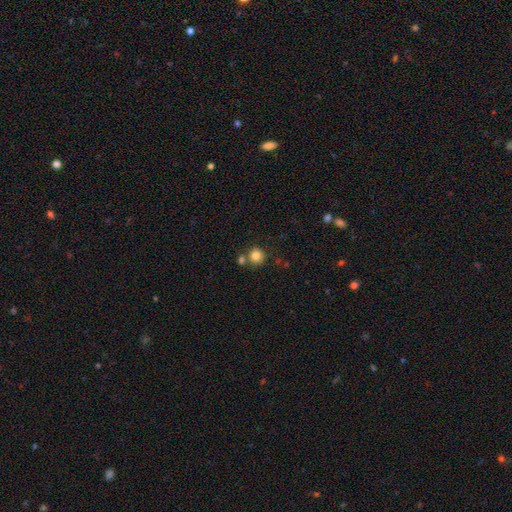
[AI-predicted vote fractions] Smooth or featured?
  - smooth: 83% *
  - star or artifact: 11%
  - featured or disk: 6%
How rounded?
  - round: 92% *
  - in between: 7%
  - cigar-shaped: 1%
Merging?
  - none: 71% *
  - merger: 18%
  - minor disturbance: 9%
  - major disturbance: 3%